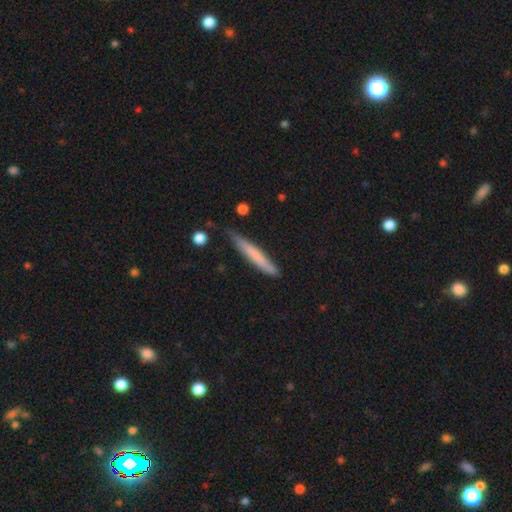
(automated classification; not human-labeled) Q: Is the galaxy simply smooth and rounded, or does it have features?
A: smooth — 69%.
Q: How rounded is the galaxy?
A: cigar-shaped — 95%.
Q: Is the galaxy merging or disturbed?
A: none — 70%.